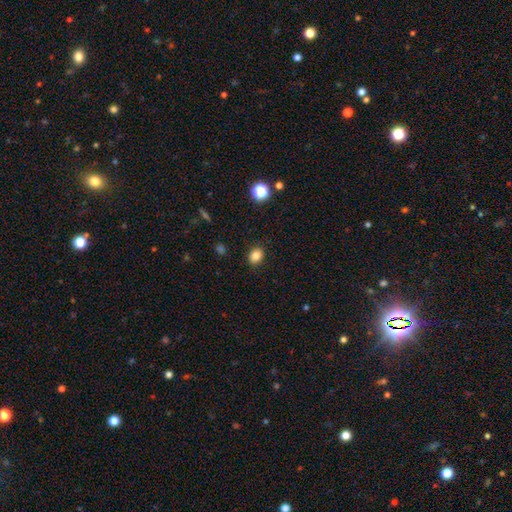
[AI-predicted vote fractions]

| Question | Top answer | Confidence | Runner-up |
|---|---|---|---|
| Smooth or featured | smooth | 84% | star or artifact (11%) |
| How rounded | in between | 52% | round (47%) |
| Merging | none | 89% | minor disturbance (8%) |